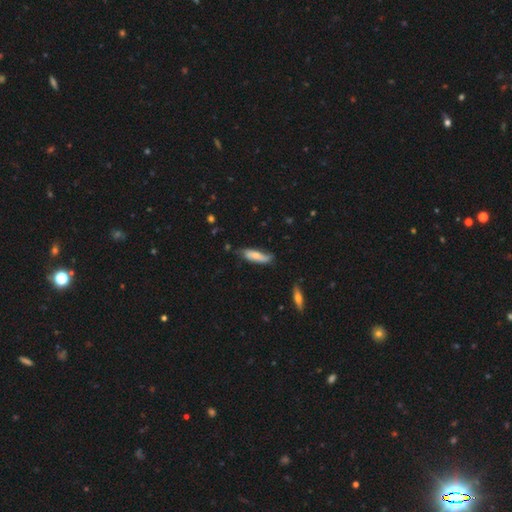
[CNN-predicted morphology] The model was most divided on "how rounded" (2-way tie): in between: 49%, cigar-shaped: 49%, round: 2%. More confident: smooth or featured — smooth (59%); merging — none (58%).